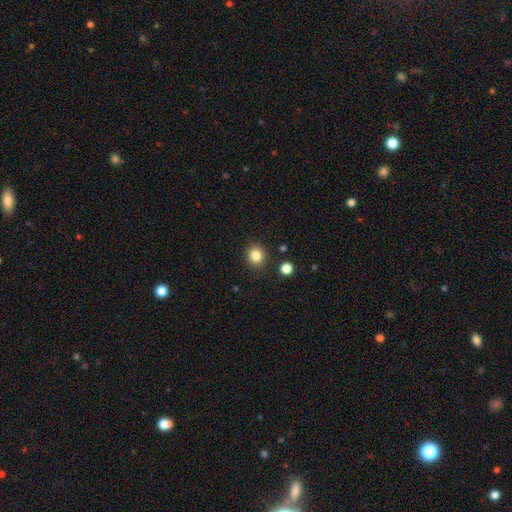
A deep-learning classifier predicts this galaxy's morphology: This appears to be a smooth galaxy with no disk features (84%) that is round (86%). Merging: none (89%).